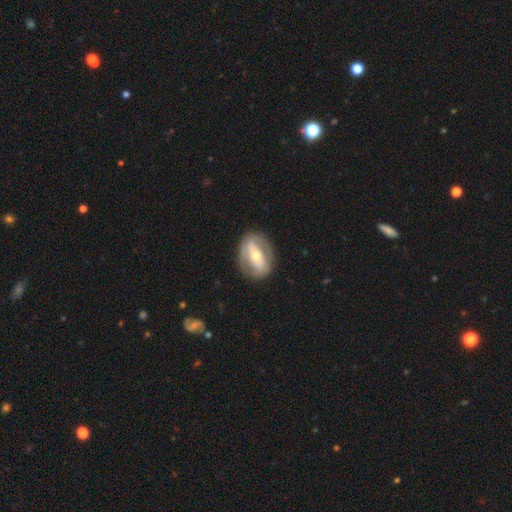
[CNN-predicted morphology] Smooth or featured? featured or disk (70%)
Edge-on disk? no (93%)
Bar? strong (47%)
Spiral arms? yes (58%)
Bulge size? moderate (61%)
Merging? none (80%)